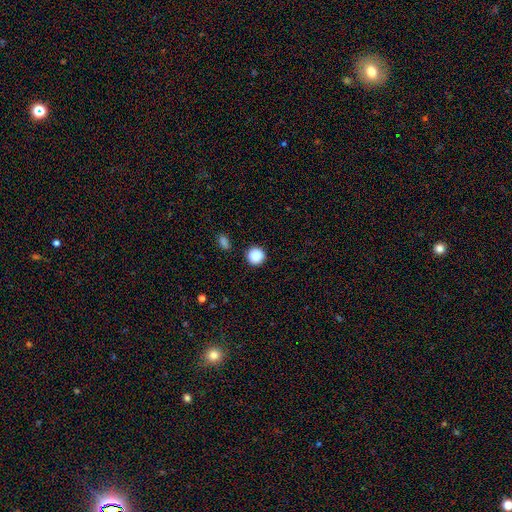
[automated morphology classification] This appears to be a smooth galaxy with no disk features (88%) that is round (95%). Merging: none (91%).